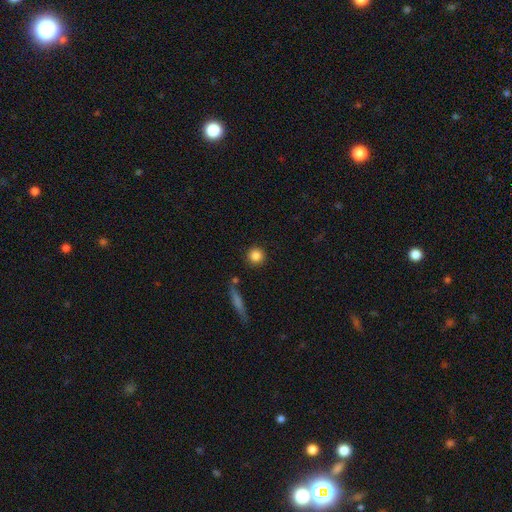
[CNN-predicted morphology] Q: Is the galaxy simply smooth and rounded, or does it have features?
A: smooth — 85%.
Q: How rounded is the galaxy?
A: round — 93%.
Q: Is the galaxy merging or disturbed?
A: none — 87%.